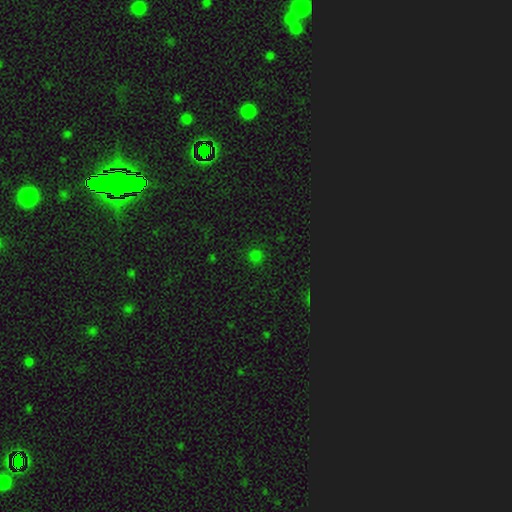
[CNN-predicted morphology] The model was most divided on "smooth or featured": smooth: 73%, star or artifact: 23%, featured or disk: 3%. More confident: how rounded — round (93%); merging — none (90%).